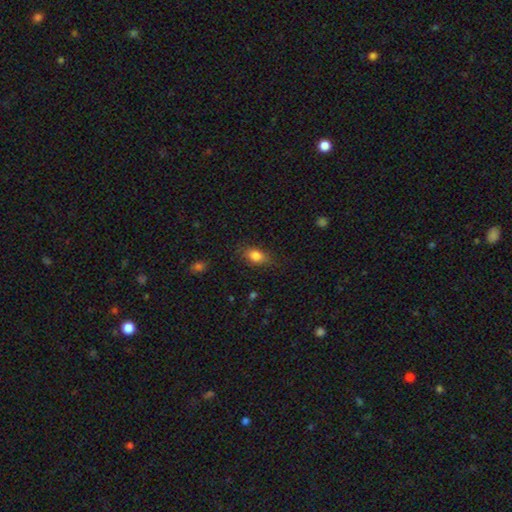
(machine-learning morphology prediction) Smooth or featured? smooth (83%)
How rounded? in between (79%)
Merging? none (77%)